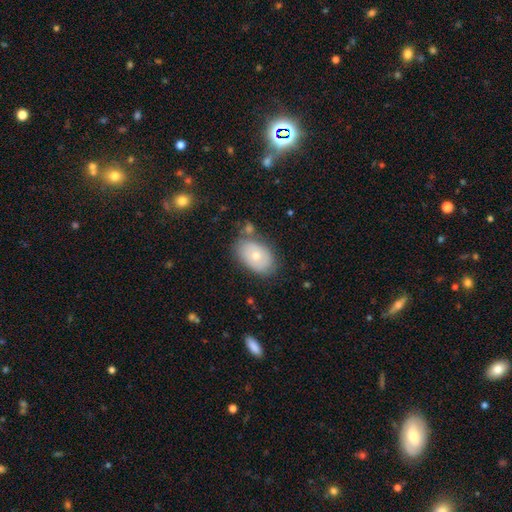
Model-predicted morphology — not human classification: Smooth or featured? Predicted: smooth (p=0.66). How rounded? Predicted: in between (p=0.86). Merging? Predicted: none (p=0.70).